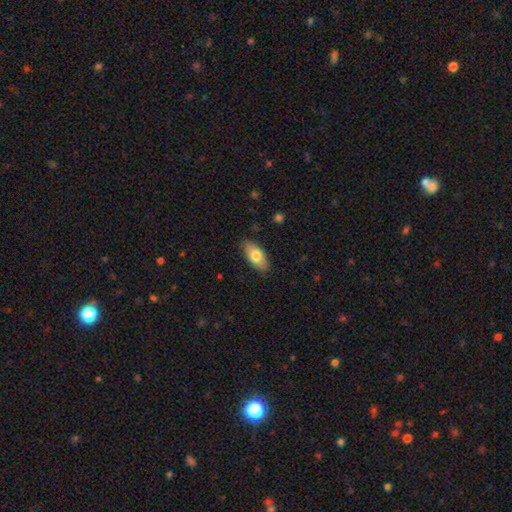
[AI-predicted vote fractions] smooth_or_featured: smooth (p=0.75) [alt: featured or disk p=0.18]
how_rounded: in between (p=0.90) [alt: cigar-shaped p=0.07]
merging: none (p=0.86) [alt: minor disturbance p=0.11]